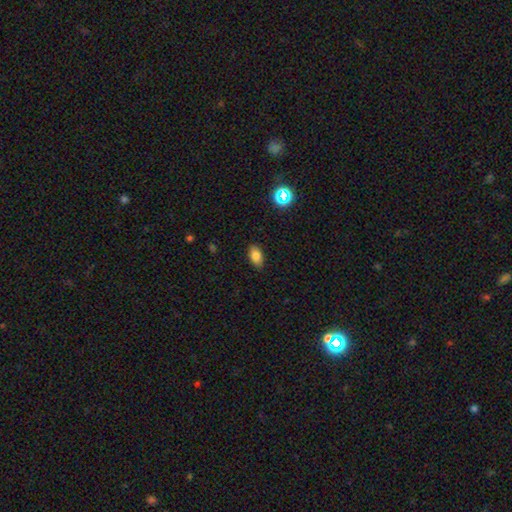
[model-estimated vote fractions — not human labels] A smooth galaxy with no disk features (82%) that is in between round and cigar-shaped (91%). Merging: none (87%).